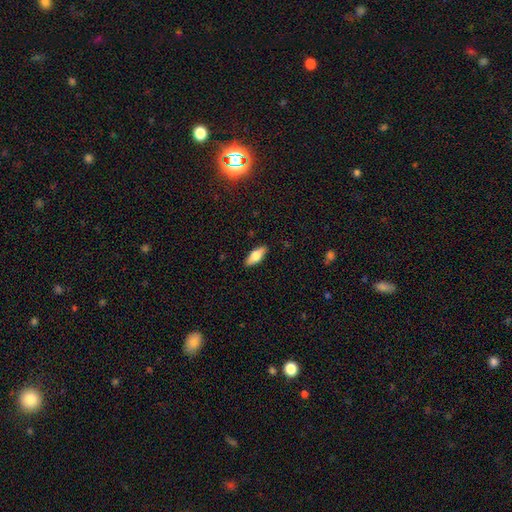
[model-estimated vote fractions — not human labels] Morphology: type=smooth (66%); roundness=in between (74%); merging=none (88%).